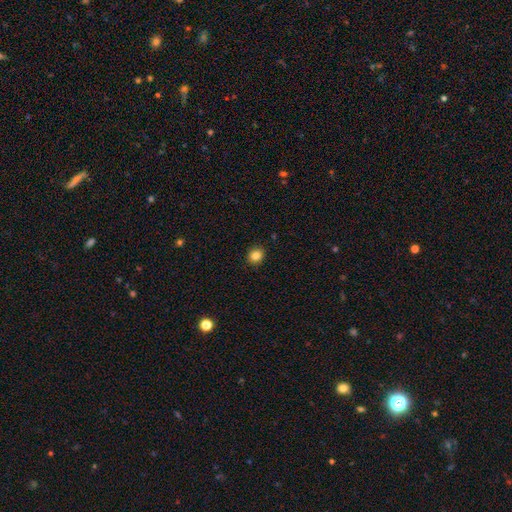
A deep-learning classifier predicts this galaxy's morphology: A smooth galaxy with no disk features (84%) that is round (78%). Merging: none (90%).